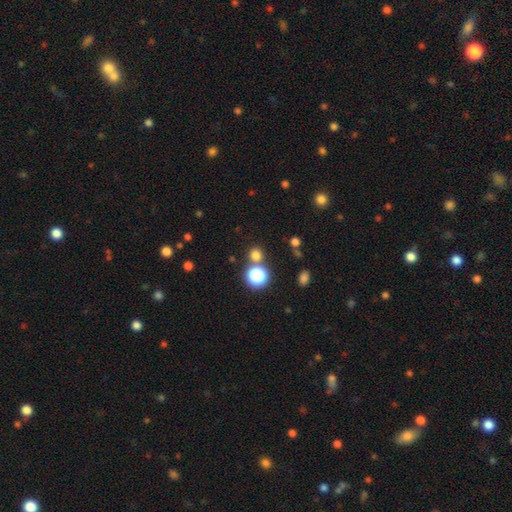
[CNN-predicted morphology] Overall: smooth (71%). How rounded: round (91%). Merging: none (77%).